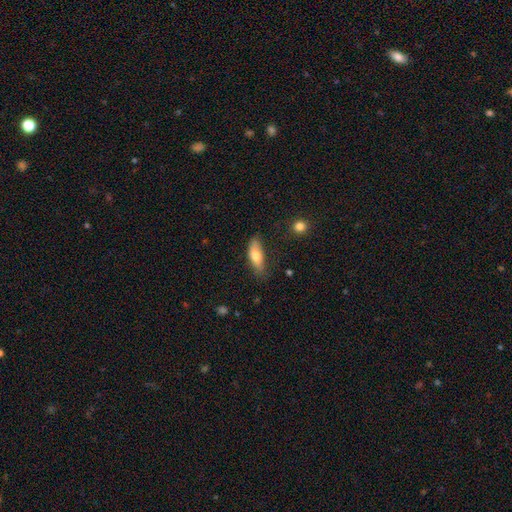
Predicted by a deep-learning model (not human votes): This is likely a smooth galaxy (71%). How rounded: likely in between (65%). Merging: likely none (69%).